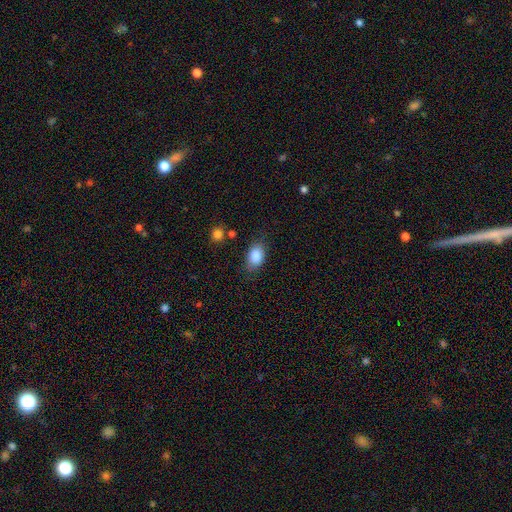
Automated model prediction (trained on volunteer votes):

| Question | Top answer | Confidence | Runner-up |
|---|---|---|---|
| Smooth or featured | smooth | 87% | star or artifact (8%) |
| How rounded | in between | 82% | round (16%) |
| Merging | none | 76% | minor disturbance (17%) |